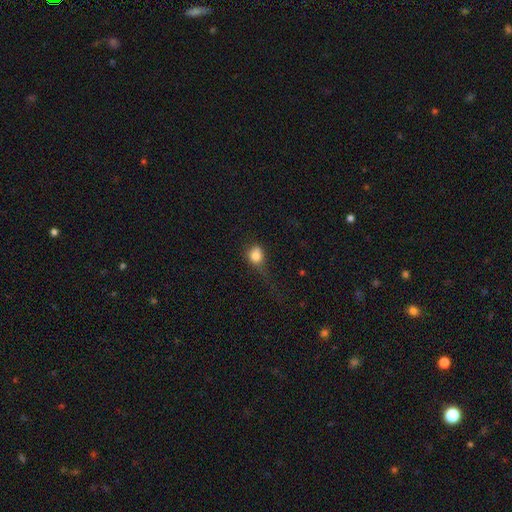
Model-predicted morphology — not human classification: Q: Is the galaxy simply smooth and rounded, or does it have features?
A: smooth — 78%.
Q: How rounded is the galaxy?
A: round — 62%.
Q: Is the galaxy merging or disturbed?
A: none — 35%.